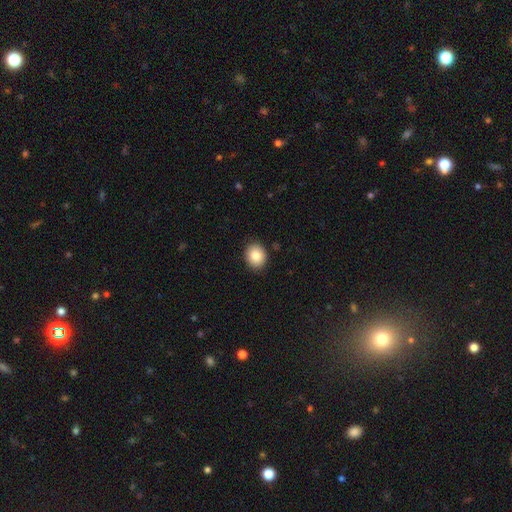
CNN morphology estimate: smooth 84%, star or artifact 8%, featured or disk 7%. Down the decision tree: how rounded — round (64%); merging — none (88%).